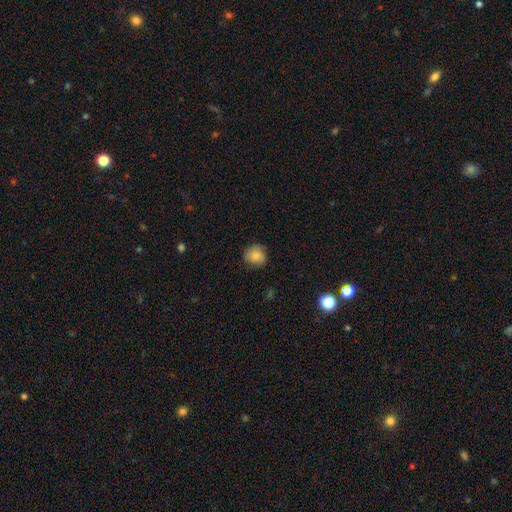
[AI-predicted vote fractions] A smooth galaxy with no disk features (76%) that is round (83%).

Vote fractions:
- Smooth or featured? smooth: 76% / featured or disk: 16% / star or artifact: 8%
- How rounded? round: 83% / in between: 16% / cigar-shaped: 1%
- Merging? none: 76% / minor disturbance: 19% / major disturbance: 4% / merger: 1%